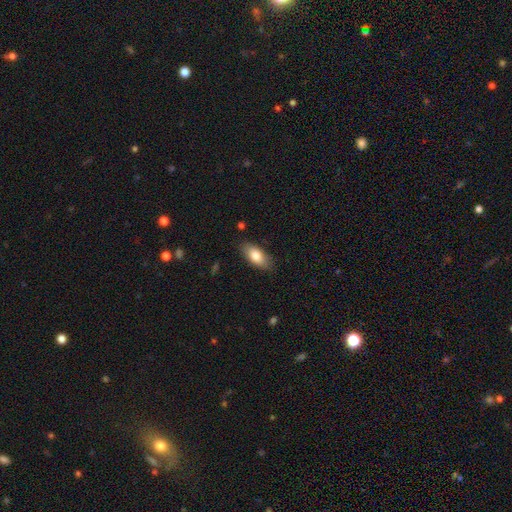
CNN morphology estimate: smooth-or-featured: smooth: 81% | featured or disk: 13% | star or artifact: 6%
  how-rounded: in between: 88% | cigar-shaped: 9% | round: 3%
  merging: none: 84% | minor disturbance: 13% | major disturbance: 3% | merger: 1%